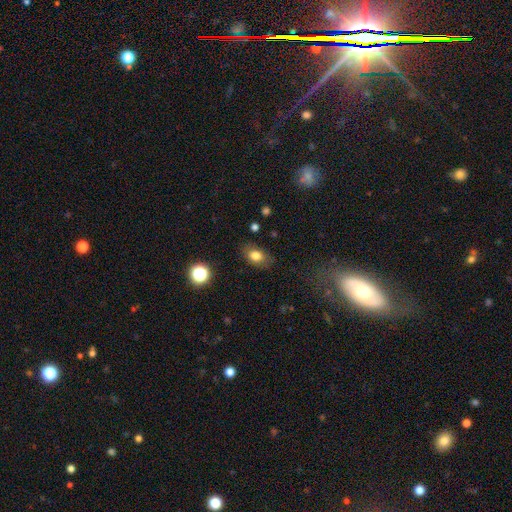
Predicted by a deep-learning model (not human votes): Smooth or featured?
  - smooth: 79% *
  - star or artifact: 11%
  - featured or disk: 10%
How rounded?
  - in between: 79% *
  - round: 19%
  - cigar-shaped: 2%
Merging?
  - none: 81% *
  - minor disturbance: 14%
  - major disturbance: 4%
  - merger: 1%